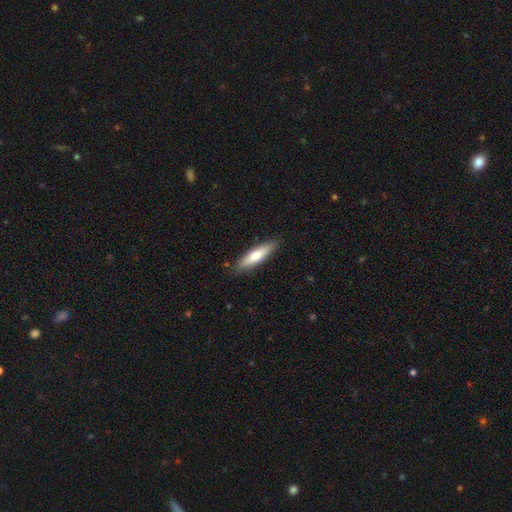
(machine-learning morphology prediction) smooth 66%, featured or disk 29%, star or artifact 5%. Down the decision tree: how rounded — cigar-shaped (73%); merging — none (87%).